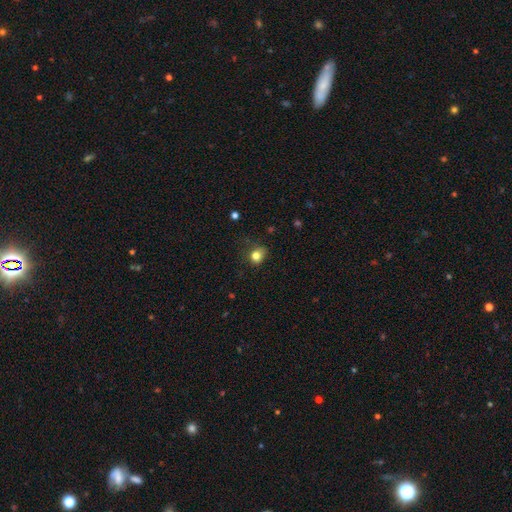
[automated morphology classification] smooth 81%, star or artifact 12%, featured or disk 7%. Down the decision tree: how rounded — round (63%); merging — none (62%).